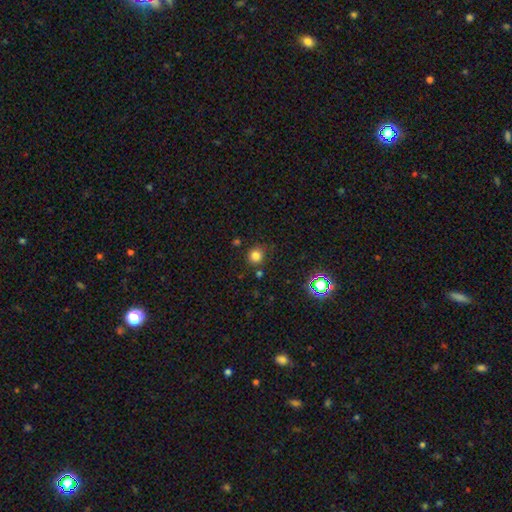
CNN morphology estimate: Smooth or featured: smooth — 80% (star or artifact — 16%)
How rounded: round — 91% (in between — 8%)
Merging: none — 82% (minor disturbance — 10%)